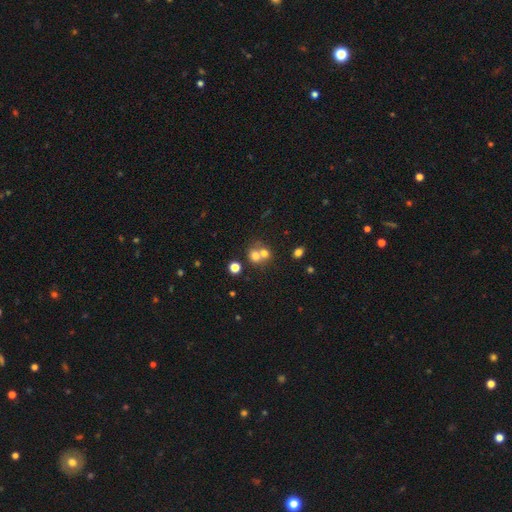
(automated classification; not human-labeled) smooth 68%, featured or disk 16%, star or artifact 16%. Down the decision tree: how rounded — round (74%); merging — merger (55%).